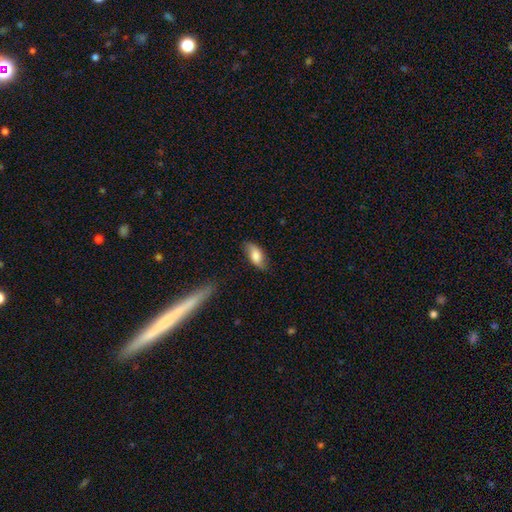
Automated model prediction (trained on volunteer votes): This is likely a smooth galaxy (77%). How rounded: clearly in between (88%). Merging: likely none (73%).